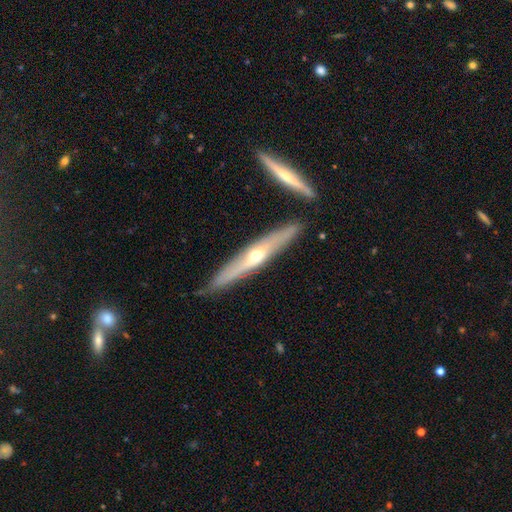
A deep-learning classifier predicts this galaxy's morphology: type=featured or disk (68%); edge-on=yes (91%); edge-on bulge=rounded (84%); merging=none (85%).